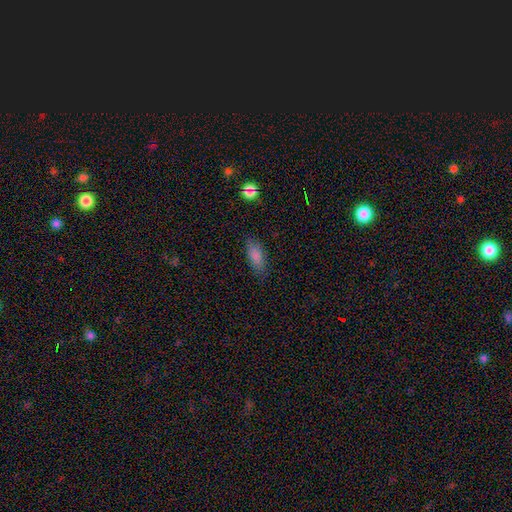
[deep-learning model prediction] Smooth or featured? smooth (83%)
How rounded? in between (79%)
Merging? none (81%)